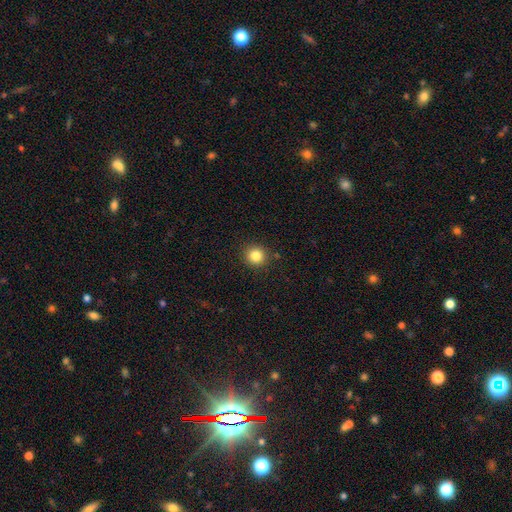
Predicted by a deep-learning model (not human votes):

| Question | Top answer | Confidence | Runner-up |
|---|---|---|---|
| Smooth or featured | smooth | 83% | star or artifact (11%) |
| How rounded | round | 93% | in between (6%) |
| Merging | none | 91% | minor disturbance (6%) |